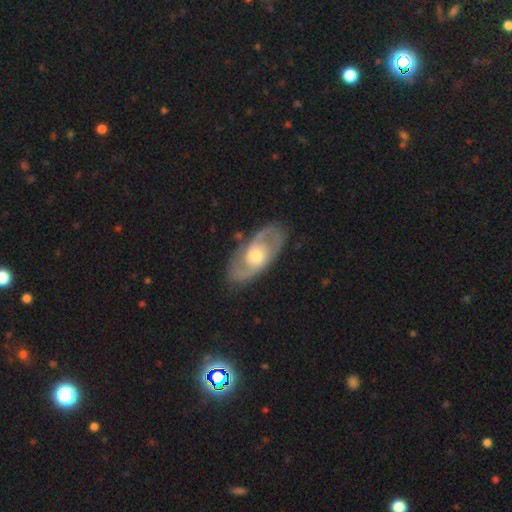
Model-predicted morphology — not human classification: Smooth or featured? featured or disk (79%)
Edge-on disk? no (92%)
Bar? no (66%)
Spiral arms? yes (83%)
Spiral winding? medium (49%)
Spiral arm count? 2 (85%)
Bulge size? moderate (67%)
Merging? none (82%)